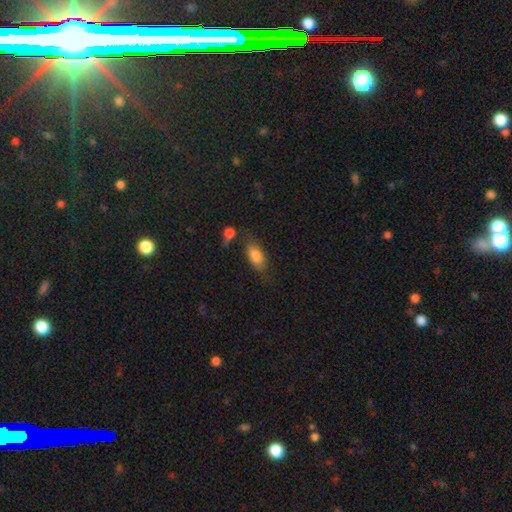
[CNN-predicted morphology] type=smooth (82%); roundness=in between (88%); merging=none (61%).